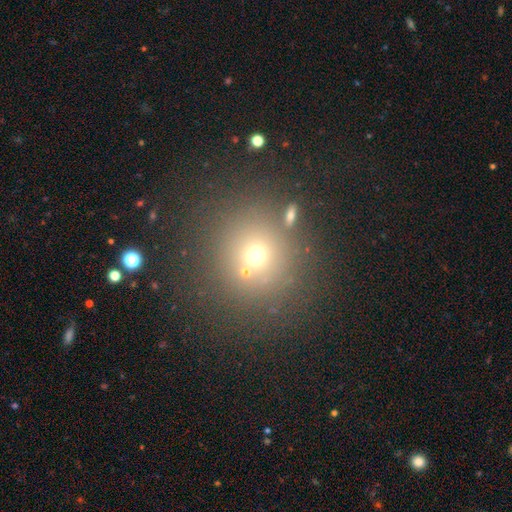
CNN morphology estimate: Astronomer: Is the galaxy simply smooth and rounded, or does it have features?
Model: smooth — 61%.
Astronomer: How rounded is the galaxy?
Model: round — 92%.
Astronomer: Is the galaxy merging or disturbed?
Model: none — 76%.